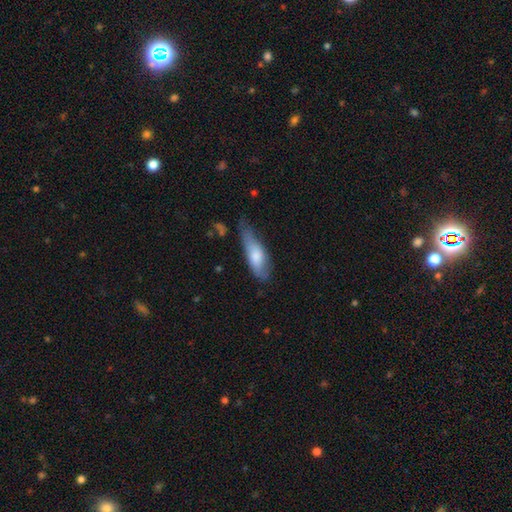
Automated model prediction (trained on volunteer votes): Morphology: type=smooth (67%); roundness=in between (53%); merging=none (41%).